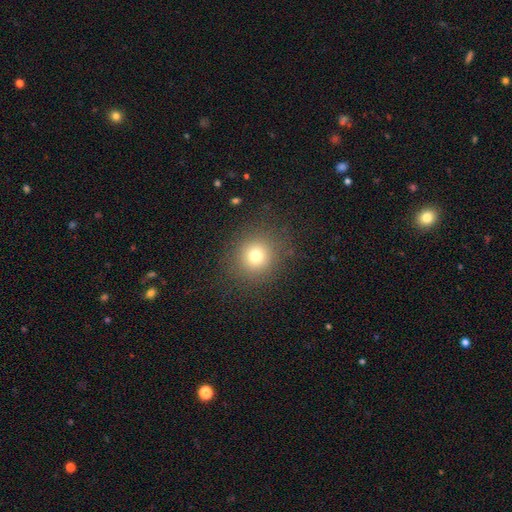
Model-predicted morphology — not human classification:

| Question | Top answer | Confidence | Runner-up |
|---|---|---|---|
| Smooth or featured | smooth | 74% | star or artifact (16%) |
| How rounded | round | 91% | in between (8%) |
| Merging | none | 86% | minor disturbance (8%) |